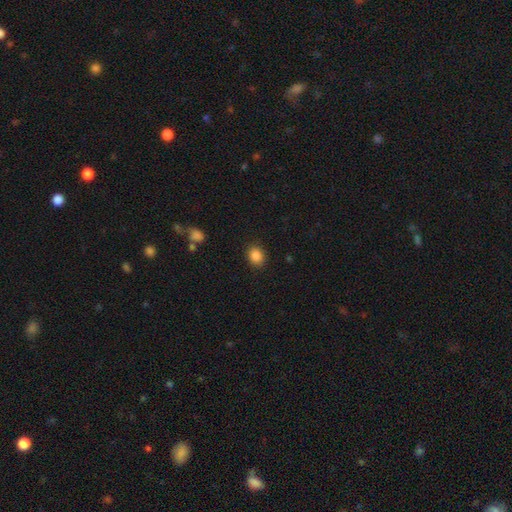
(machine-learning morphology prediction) Smooth or featured: smooth — 86% (star or artifact — 9%)
How rounded: round — 52% (in between — 47%)
Merging: none — 89% (minor disturbance — 8%)